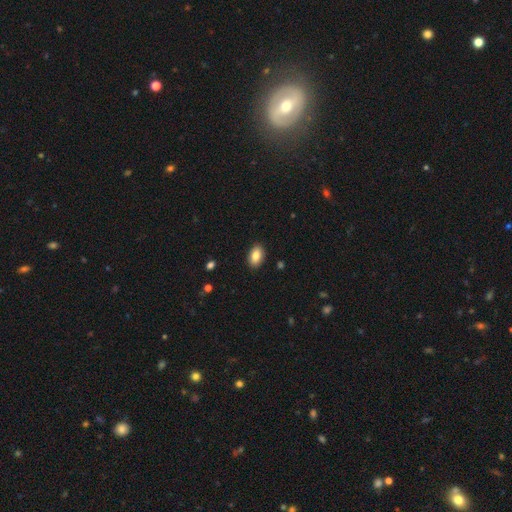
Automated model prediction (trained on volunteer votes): smooth 85%, featured or disk 7%, star or artifact 7%. Down the decision tree: how rounded — in between (91%); merging — none (89%).